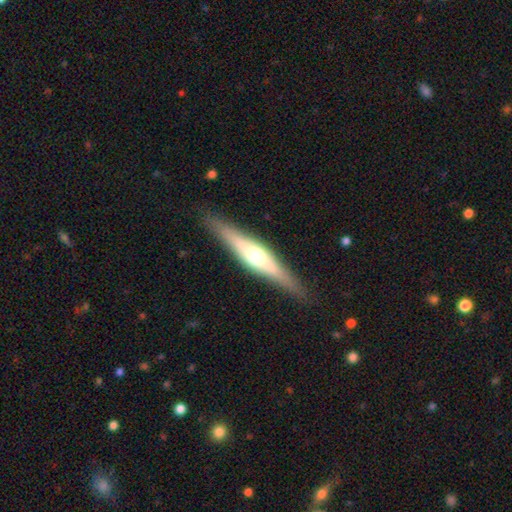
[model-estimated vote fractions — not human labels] smooth-or-featured: featured or disk: 65% | smooth: 30% | star or artifact: 5%
  disk-edge-on: yes: 94% | no: 6%
    edge-on-bulge: rounded: 89% | boxy: 6% | none: 4%
  merging: none: 88% | minor disturbance: 9% | major disturbance: 2% | merger: 1%